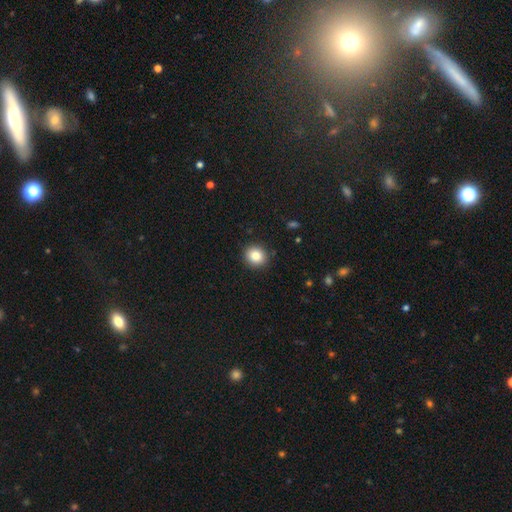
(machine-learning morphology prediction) Smooth or featured: smooth — 83% (star or artifact — 10%)
How rounded: round — 85% (in between — 14%)
Merging: none — 91% (minor disturbance — 6%)